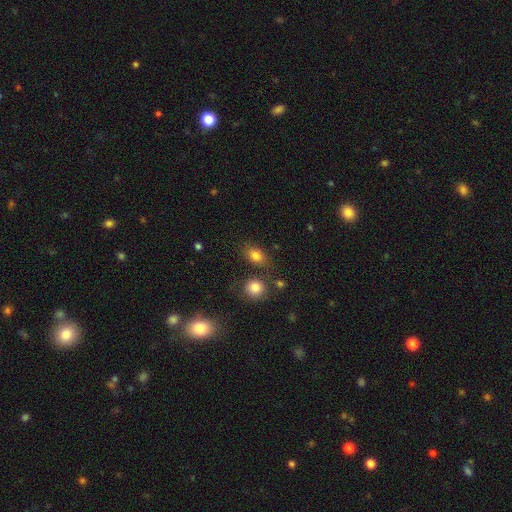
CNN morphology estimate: A smooth galaxy with no disk features (80%) that is in between round and cigar-shaped (71%). Merging: none (71%).